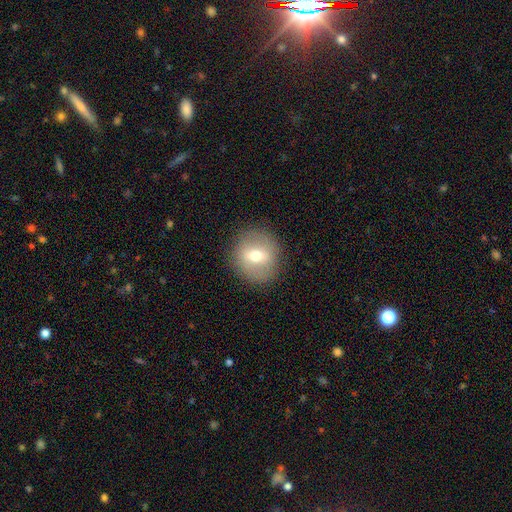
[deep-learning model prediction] This is possibly a smooth galaxy (56%). How rounded: clearly round (87%). Merging: clearly none (87%).